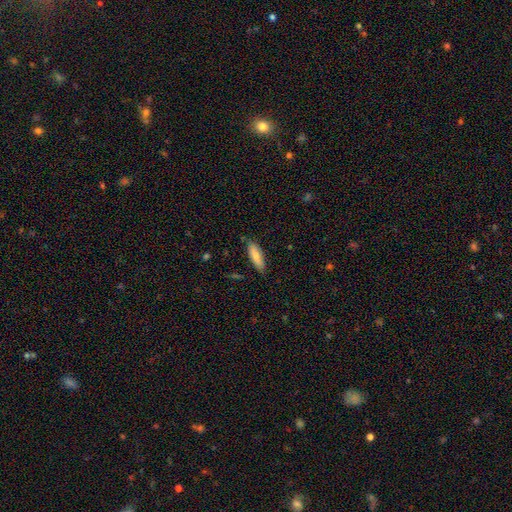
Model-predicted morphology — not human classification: The model was most divided on "how rounded": in between: 55%, cigar-shaped: 44%, round: 2%. More confident: merging — none (80%); smooth or featured — smooth (80%).